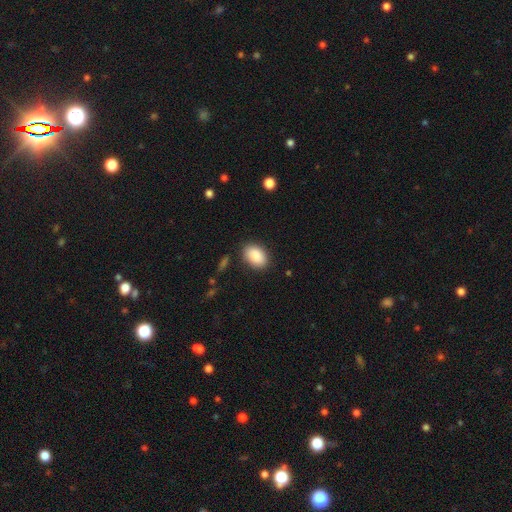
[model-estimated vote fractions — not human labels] Morphology: type=smooth (88%); roundness=in between (85%); merging=none (86%).